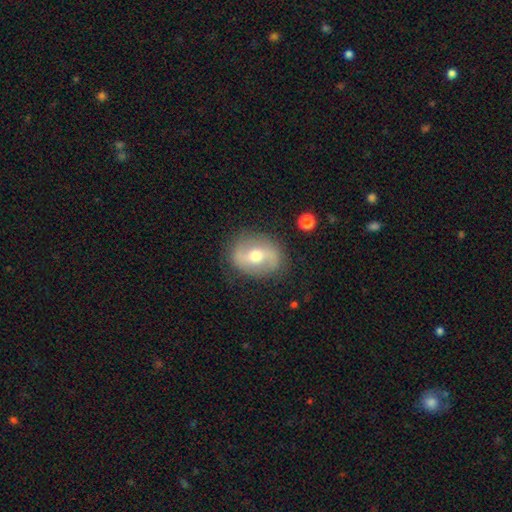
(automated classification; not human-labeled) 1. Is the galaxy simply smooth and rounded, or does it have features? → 66% featured or disk, 28% smooth, 7% star or artifact.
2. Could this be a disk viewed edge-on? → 95% no, 5% yes.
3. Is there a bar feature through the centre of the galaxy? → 42% weak, 31% strong, 28% no.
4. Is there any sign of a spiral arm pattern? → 73% yes, 27% no.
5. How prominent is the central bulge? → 73% moderate, 18% small, 7% large, 1% none, 1% dominant.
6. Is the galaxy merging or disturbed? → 82% none, 12% minor disturbance, 4% major disturbance, 1% merger.